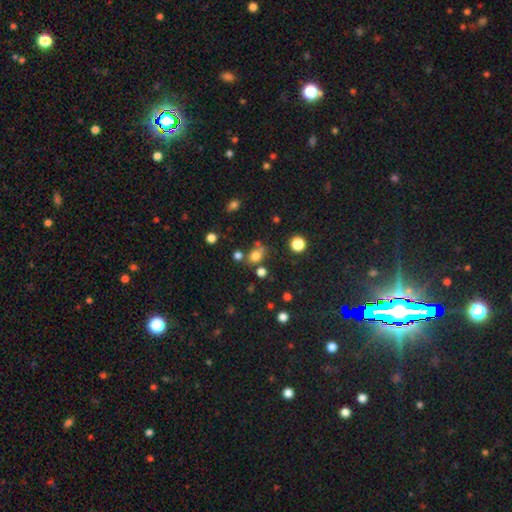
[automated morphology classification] Overall: smooth (73%). How rounded: round (51%; in between 47%). Merging: none (62%).